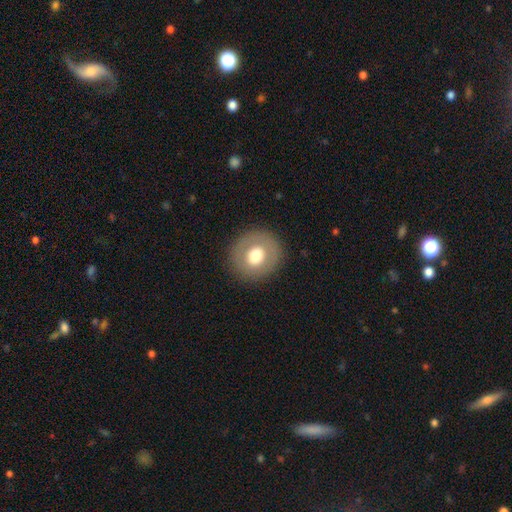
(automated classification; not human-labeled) Smooth or featured? Predicted: smooth (p=0.66). How rounded? Predicted: round (p=0.87). Merging? Predicted: none (p=0.88).